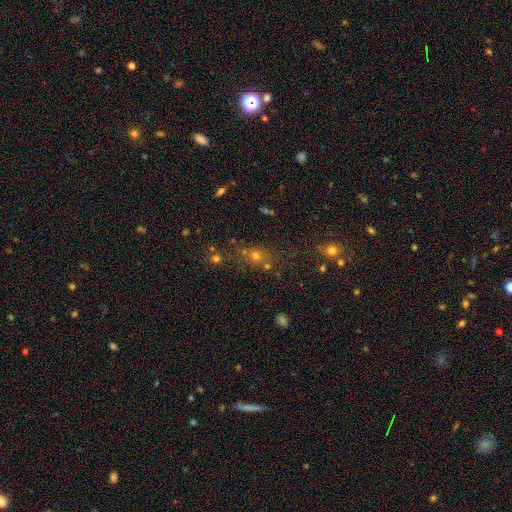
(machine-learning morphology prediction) This is possibly a smooth galaxy (48%). Merging: likely none (63%).